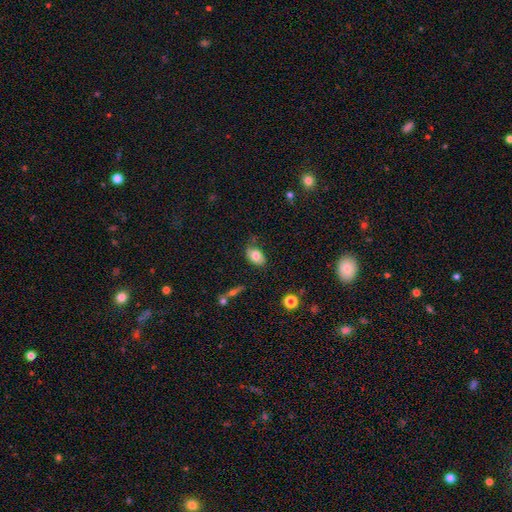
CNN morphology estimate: Smooth or featured: smooth — 79% (featured or disk — 13%)
How rounded: in between — 86% (round — 12%)
Merging: none — 73% (minor disturbance — 20%)